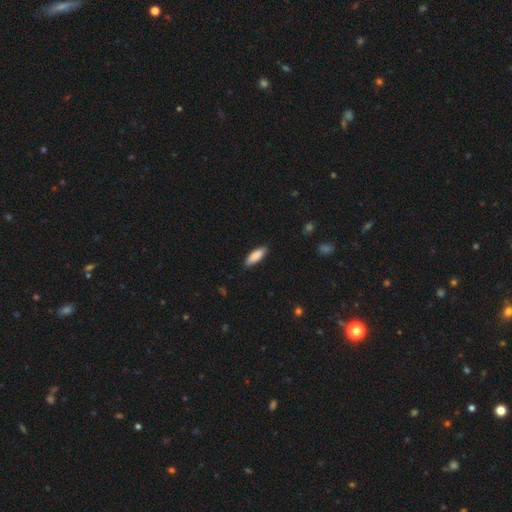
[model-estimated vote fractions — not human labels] Smooth or featured?
  - smooth: 87% *
  - featured or disk: 8%
  - star or artifact: 6%
How rounded?
  - in between: 66% *
  - cigar-shaped: 33%
  - round: 2%
Merging?
  - none: 83% *
  - minor disturbance: 14%
  - major disturbance: 2%
  - merger: 1%